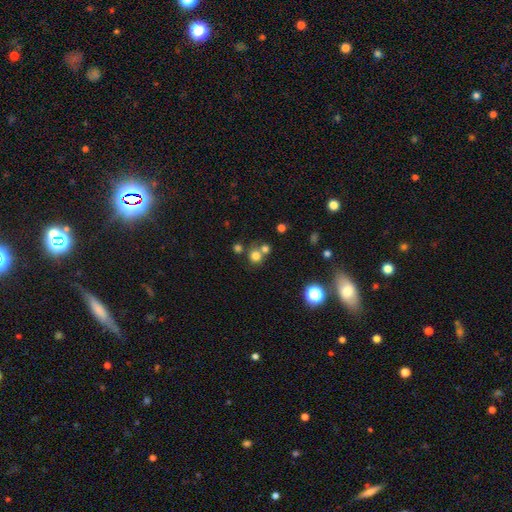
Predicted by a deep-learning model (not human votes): Smooth or featured?
  - smooth: 75% *
  - star or artifact: 16%
  - featured or disk: 9%
How rounded?
  - round: 89% *
  - in between: 10%
  - cigar-shaped: 1%
Merging?
  - none: 57% *
  - merger: 32%
  - minor disturbance: 7%
  - major disturbance: 4%